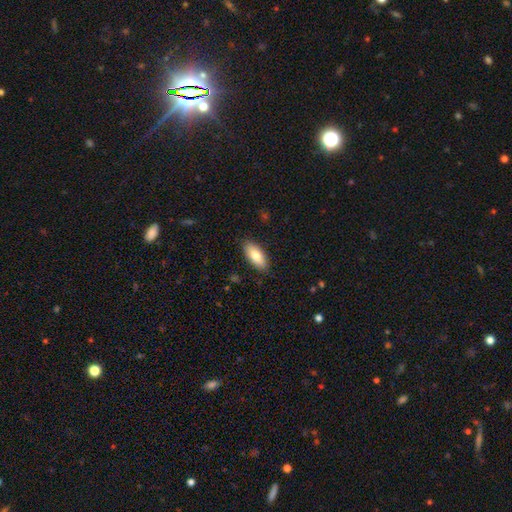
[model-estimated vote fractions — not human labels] The model was most divided on "smooth or featured": smooth: 80%, featured or disk: 14%, star or artifact: 6%. More confident: merging — none (87%); how rounded — in between (85%).